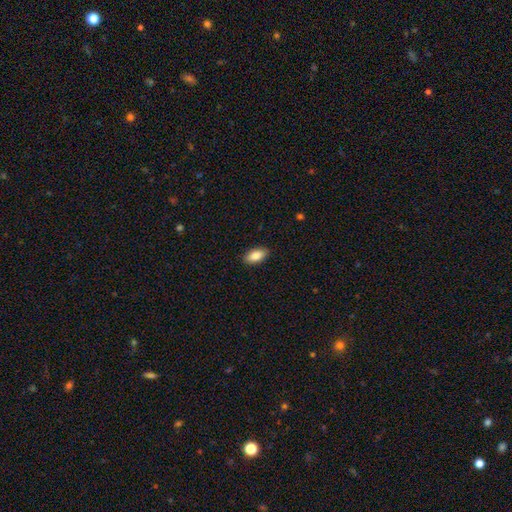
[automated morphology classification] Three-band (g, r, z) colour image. It shows a smooth galaxy with no disk features (86%) that is in between round and cigar-shaped (92%). Merging: none (90%).